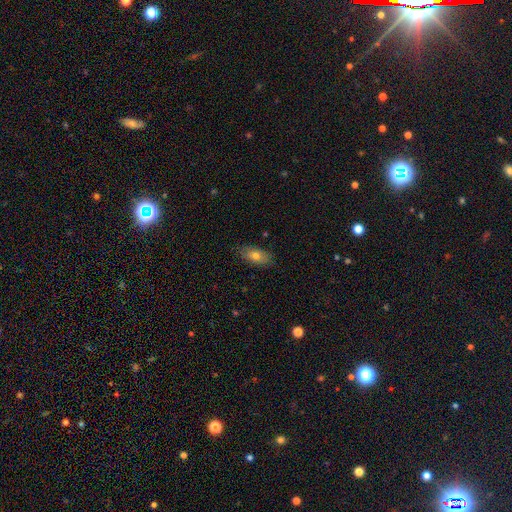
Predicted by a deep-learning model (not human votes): The model was most divided on "smooth or featured": smooth: 72%, featured or disk: 21%, star or artifact: 7%. More confident: how rounded — in between (89%); merging — none (84%).